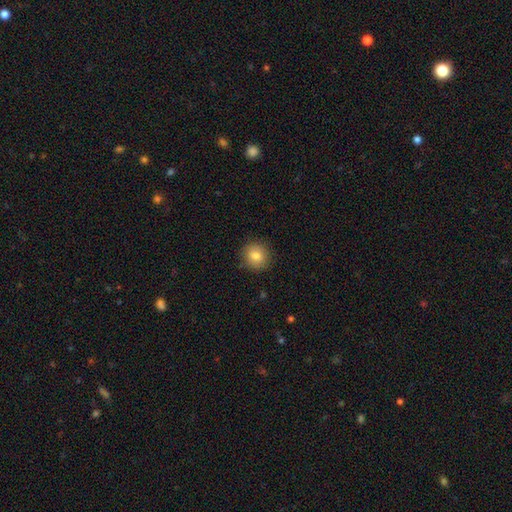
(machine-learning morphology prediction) type=smooth (81%); roundness=round (89%); merging=none (88%).